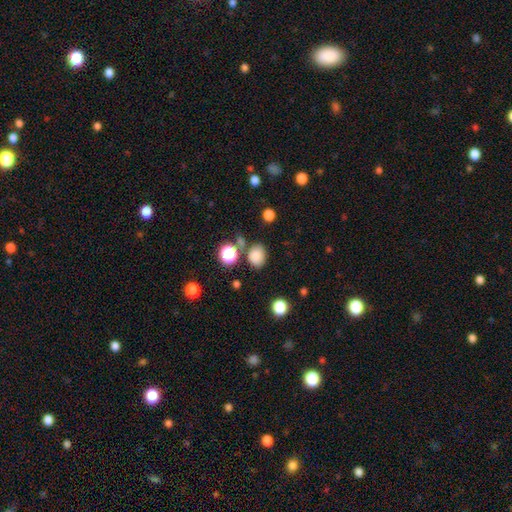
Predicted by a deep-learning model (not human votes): Morphology: type=smooth (82%); roundness=in between (53%); merging=none (75%).